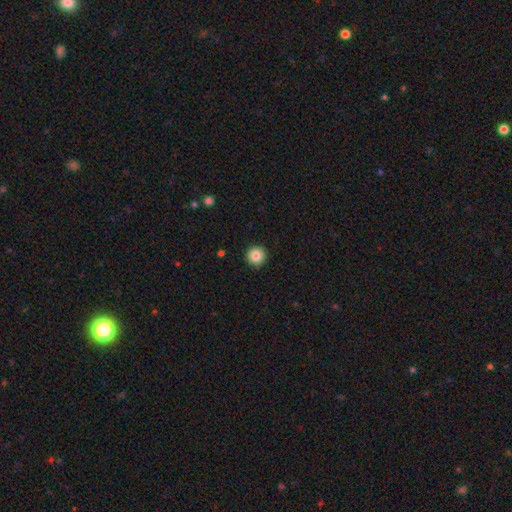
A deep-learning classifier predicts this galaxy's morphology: Smooth or featured? Predicted: smooth (p=0.84). How rounded? Predicted: round (p=0.96). Merging? Predicted: none (p=0.92).